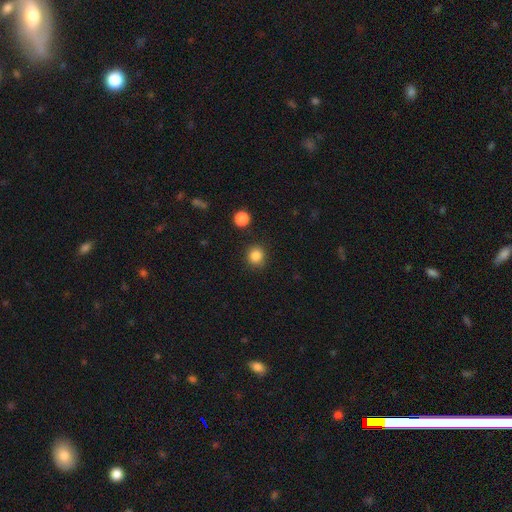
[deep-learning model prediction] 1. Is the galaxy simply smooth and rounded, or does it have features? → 85% smooth, 11% star or artifact, 4% featured or disk.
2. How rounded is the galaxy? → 90% round, 9% in between, 1% cigar-shaped.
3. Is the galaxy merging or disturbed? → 89% none, 7% minor disturbance, 2% major disturbance, 2% merger.